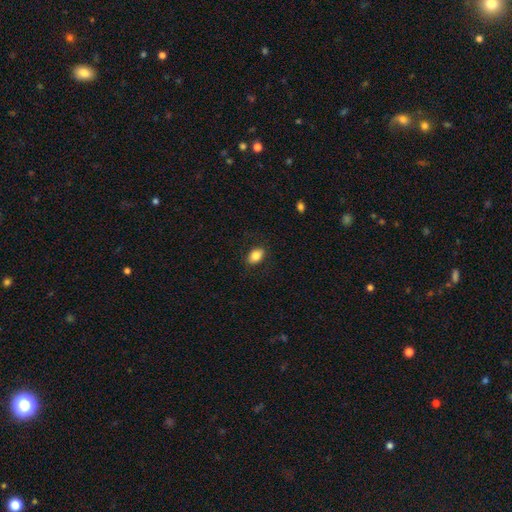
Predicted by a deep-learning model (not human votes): A smooth galaxy with no disk features (85%) that is in between round and cigar-shaped (82%). Merging: none (85%).